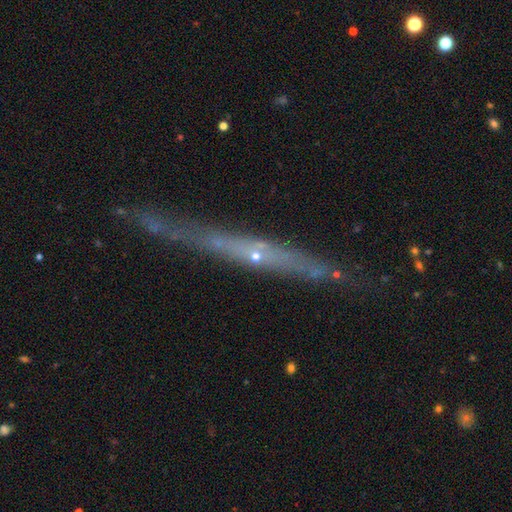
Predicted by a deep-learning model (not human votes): featured or disk 71%, smooth 19%, star or artifact 10%. Down the decision tree: edge-on disk — yes (91%); edge-on bulge — none (59%); merging — none (75%).